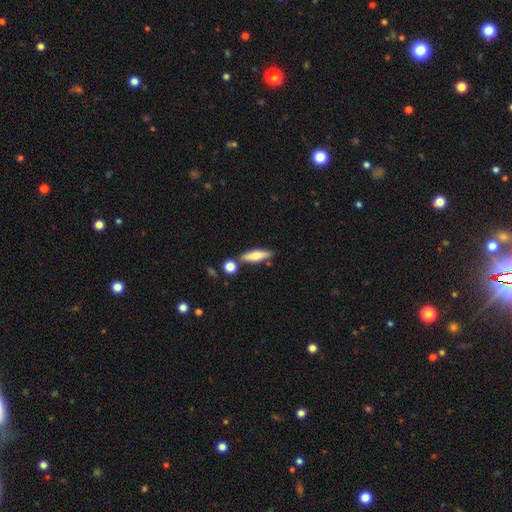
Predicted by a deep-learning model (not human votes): smooth 67%, featured or disk 26%, star or artifact 7%. Down the decision tree: how rounded — cigar-shaped (61%); merging — none (76%).